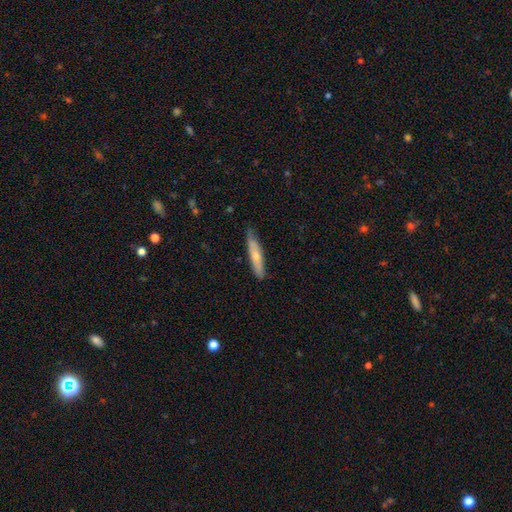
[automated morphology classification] This is likely a smooth galaxy (61%). How rounded: clearly cigar-shaped (87%). Merging: likely none (78%).